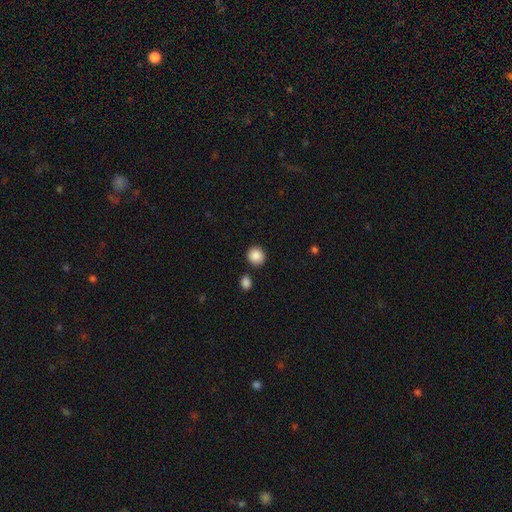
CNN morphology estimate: This is clearly a smooth galaxy (88%). How rounded: clearly round (86%). Merging: clearly none (84%).